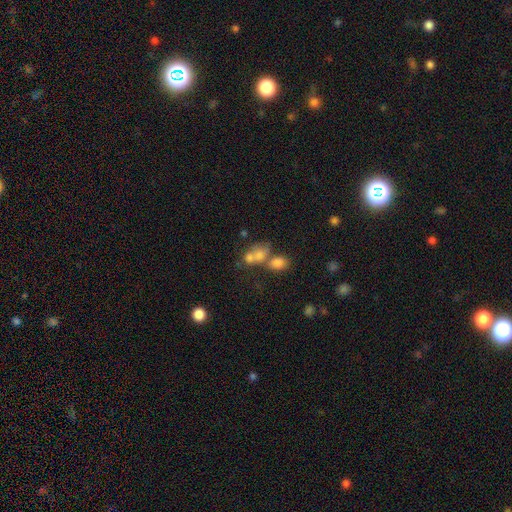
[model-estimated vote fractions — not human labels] A smooth galaxy with no disk features (67%) that is in between round and cigar-shaped (60%). Merging: merger (59%).